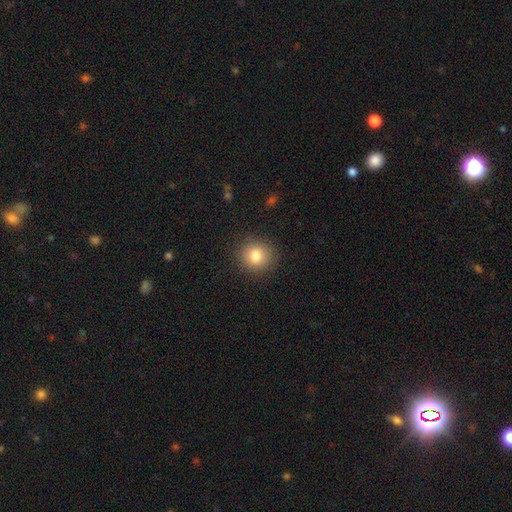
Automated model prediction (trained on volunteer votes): The model was most divided on "smooth or featured": smooth: 82%, star or artifact: 10%, featured or disk: 8%. More confident: how rounded — round (89%); merging — none (89%).